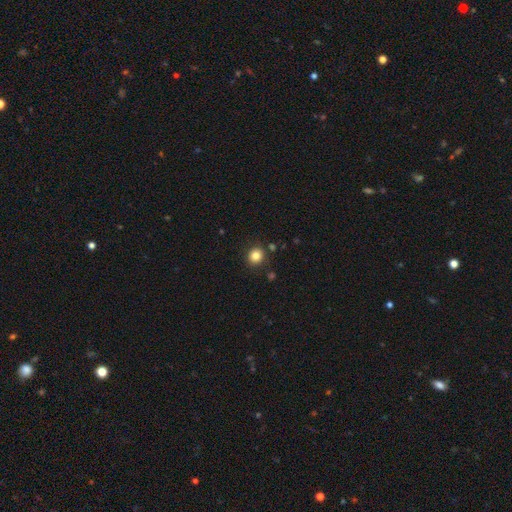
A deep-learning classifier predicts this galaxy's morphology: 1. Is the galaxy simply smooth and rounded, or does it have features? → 83% smooth, 12% star or artifact, 6% featured or disk.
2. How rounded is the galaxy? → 87% round, 12% in between, 1% cigar-shaped.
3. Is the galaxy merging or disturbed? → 87% none, 7% minor disturbance, 3% merger, 2% major disturbance.